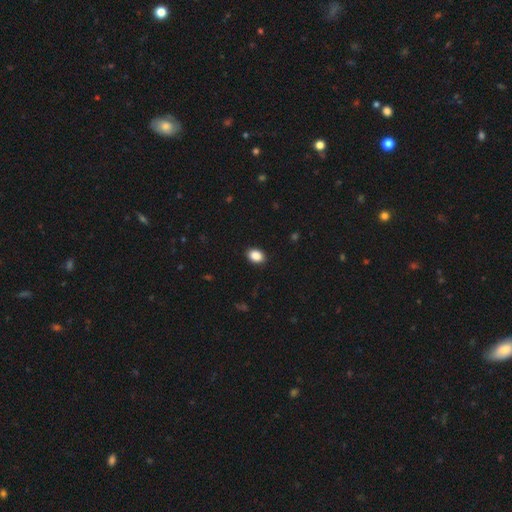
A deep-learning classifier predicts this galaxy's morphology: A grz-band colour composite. It shows a smooth galaxy with no disk features (89%) that is in between round and cigar-shaped (71%). Merging: none (90%).